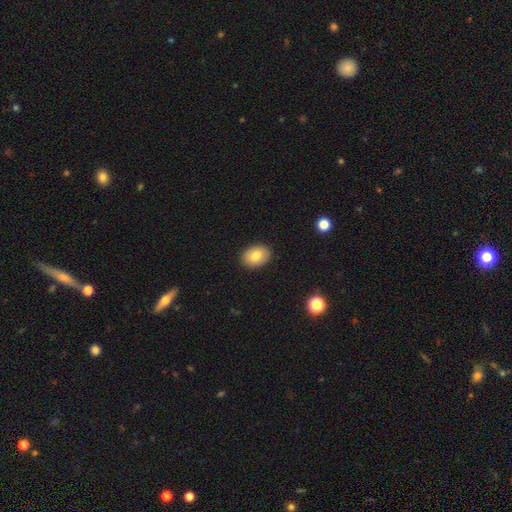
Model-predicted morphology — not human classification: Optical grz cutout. It shows a smooth galaxy with no disk features (81%) that is in between round and cigar-shaped (80%). Merging: none (89%).